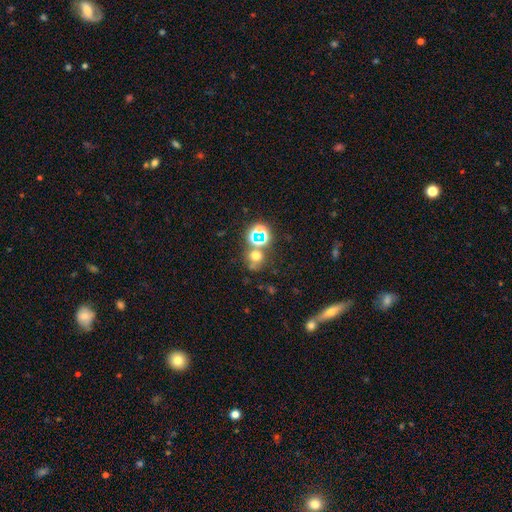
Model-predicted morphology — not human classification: Smooth or featured: smooth — 51% (star or artifact — 36%)
How rounded: round — 77% (in between — 22%)
Merging: none — 54% (merger — 29%)